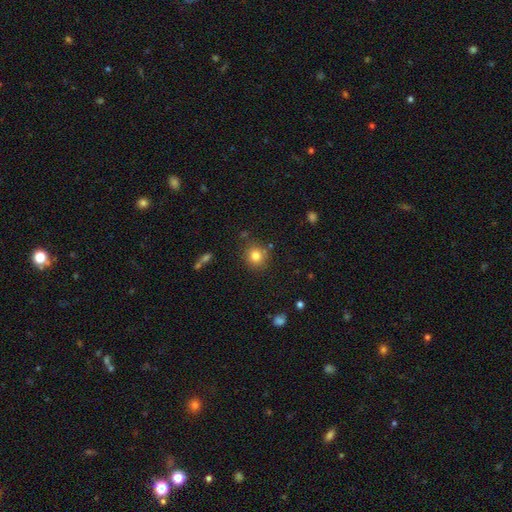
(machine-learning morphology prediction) Smooth or featured?
  - smooth: 80% *
  - star or artifact: 12%
  - featured or disk: 8%
How rounded?
  - round: 85% *
  - in between: 14%
  - cigar-shaped: 1%
Merging?
  - none: 82% *
  - minor disturbance: 10%
  - merger: 5%
  - major disturbance: 3%